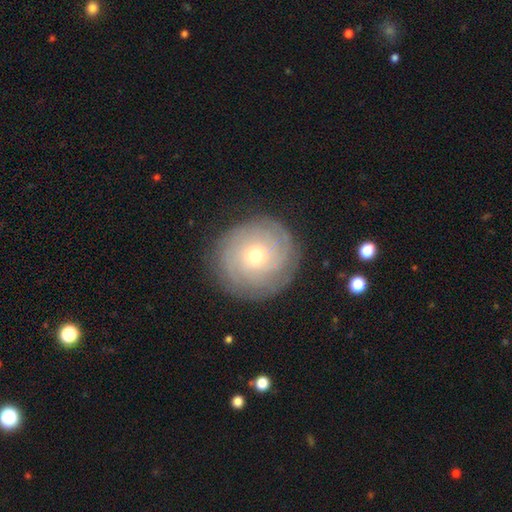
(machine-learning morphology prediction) Smooth or featured? Predicted: featured or disk (p=0.61). Edge-on disk? Predicted: no (p=0.97). Bar? Predicted: no (p=0.80). Spiral arms? Predicted: yes (p=0.85). Spiral winding? Predicted: tight (p=0.80). Spiral arm count? Predicted: can't tell (p=0.49). Bulge size? Predicted: small (p=0.62). Merging? Predicted: none (p=0.86).